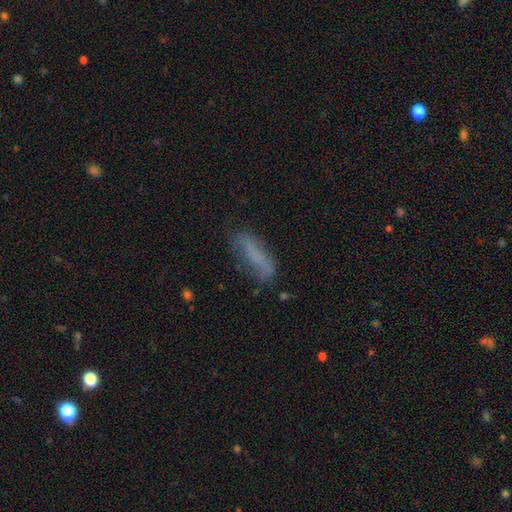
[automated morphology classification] smooth_or_featured: smooth (p=0.62) [alt: featured or disk p=0.28]
how_rounded: cigar-shaped (p=0.62) [alt: in between p=0.36]
merging: none (p=0.62) [alt: minor disturbance p=0.25]